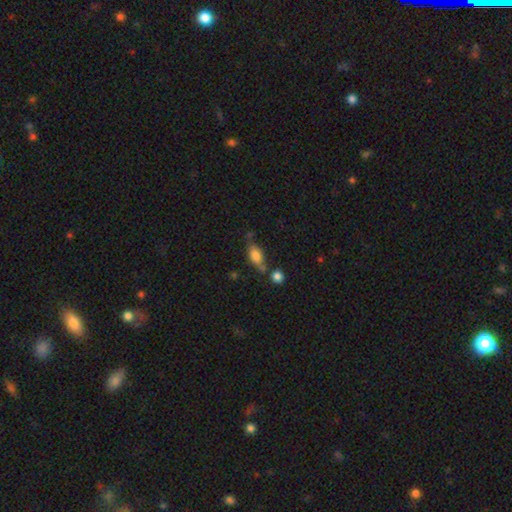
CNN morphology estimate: A smooth galaxy with no disk features (74%) that is in between round and cigar-shaped (81%). Merging: none (58%).